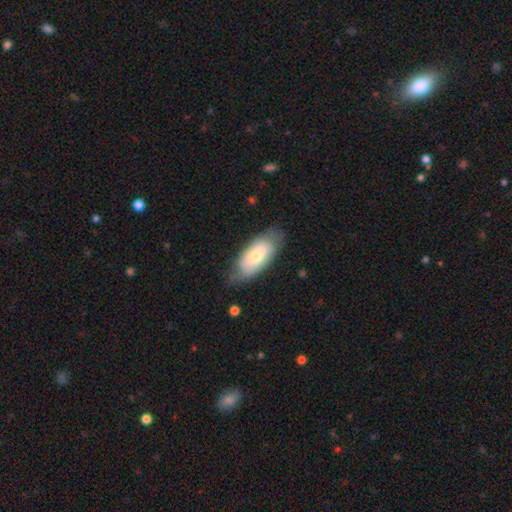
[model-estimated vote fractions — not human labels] smooth_or_featured: smooth (p=0.57) [alt: featured or disk p=0.37]
how_rounded: in between (p=0.90) [alt: cigar-shaped p=0.08]
merging: none (p=0.66) [alt: minor disturbance p=0.25]